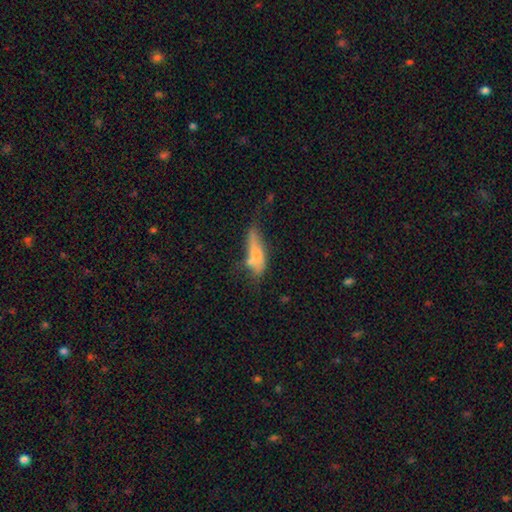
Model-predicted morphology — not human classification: Overall: smooth (51%; featured or disk 40%). How rounded: in between (53%; cigar-shaped 44%). Merging: none (31%; minor disturbance 29%).